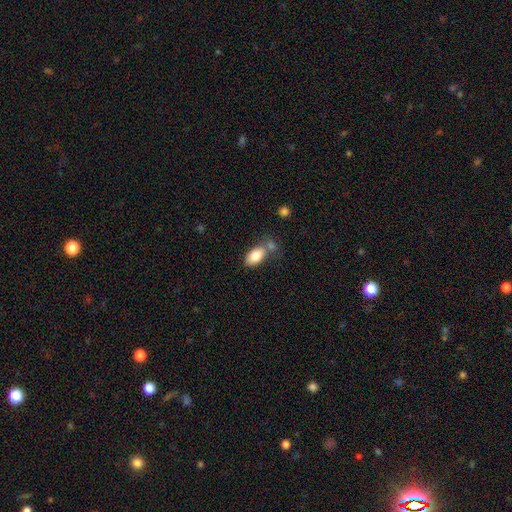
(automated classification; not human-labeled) Smooth or featured?
  - smooth: 83% *
  - featured or disk: 10%
  - star or artifact: 7%
How rounded?
  - in between: 92% *
  - round: 5%
  - cigar-shaped: 3%
Merging?
  - none: 53% *
  - merger: 25%
  - minor disturbance: 17%
  - major disturbance: 6%